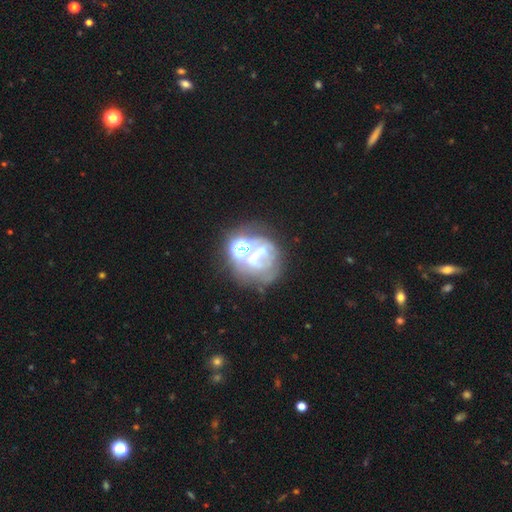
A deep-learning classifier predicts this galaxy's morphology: Q: Smooth or featured?
A: featured or disk (48%); runner-up: star or artifact (28%)
Q: Merging?
A: none (36%); runner-up: major disturbance (26%)